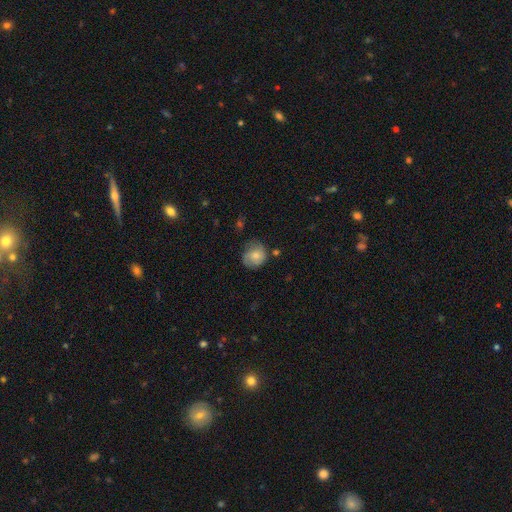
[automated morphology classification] This appears to be a smooth galaxy with no disk features (64%) that is round (74%). Merging: none (57%).